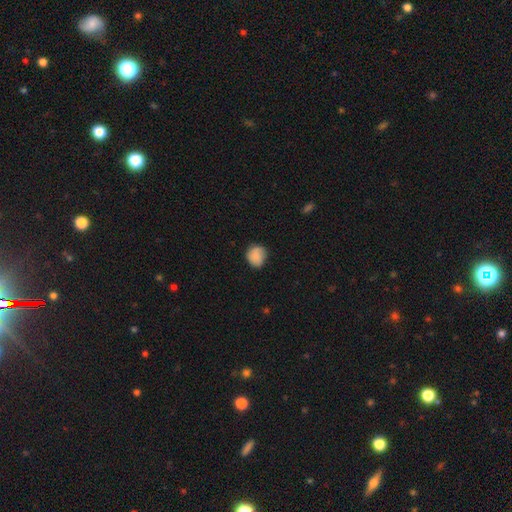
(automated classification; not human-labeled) Smooth or featured: smooth — 81% (featured or disk — 11%)
How rounded: round — 77% (in between — 22%)
Merging: none — 72% (minor disturbance — 22%)